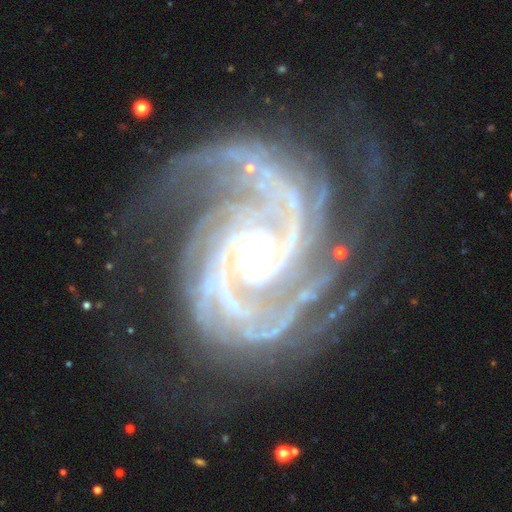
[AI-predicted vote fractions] Smooth or featured?
  - featured or disk: 93% *
  - star or artifact: 5%
  - smooth: 2%
Edge-on disk?
  - no: 98% *
  - yes: 2%
Bar?
  - no: 68% *
  - weak: 21%
  - strong: 11%
Spiral arms?
  - yes: 99% *
  - no: 1%
Spiral winding?
  - tight: 58% *
  - medium: 36%
  - loose: 6%
Spiral arm count?
  - 2: 38% *
  - 3: 23%
  - 4: 12%
  - can't tell: 10%
  - more than 4: 8%
  - 1: 7%
Bulge size?
  - small: 55% *
  - moderate: 39%
  - large: 4%
  - none: 1%
  - dominant: 1%
Merging?
  - none: 63% *
  - minor disturbance: 19%
  - major disturbance: 16%
  - merger: 2%